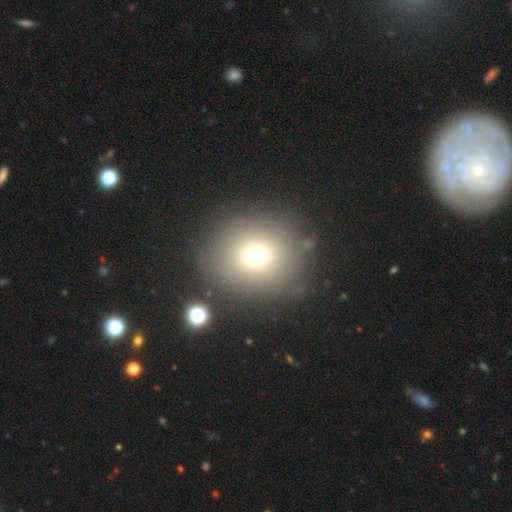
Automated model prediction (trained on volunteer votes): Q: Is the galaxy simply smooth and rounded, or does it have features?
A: smooth — 70%.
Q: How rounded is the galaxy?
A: round — 81%.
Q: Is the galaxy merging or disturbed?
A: none — 83%.